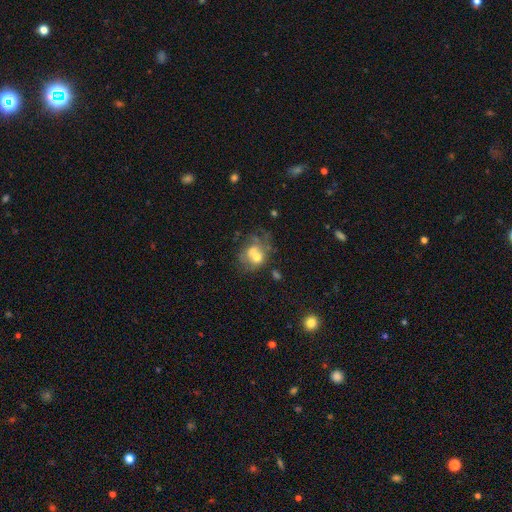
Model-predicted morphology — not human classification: smooth_or_featured: smooth (p=0.47) [alt: featured or disk p=0.42]
merging: merger (p=0.60) [alt: none p=0.21]